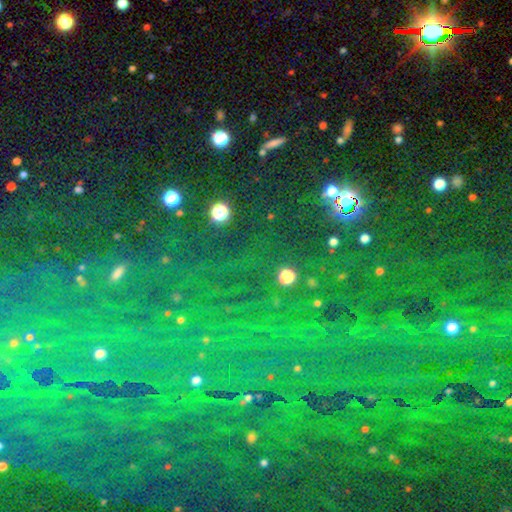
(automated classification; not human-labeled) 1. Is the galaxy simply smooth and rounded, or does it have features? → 79% star or artifact, 12% smooth, 9% featured or disk.